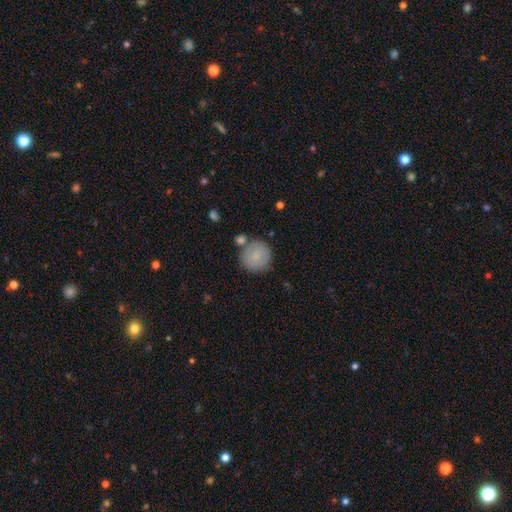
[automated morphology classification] Smooth or featured? Predicted: smooth (p=0.82). How rounded? Predicted: round (p=0.92). Merging? Predicted: none (p=0.70).